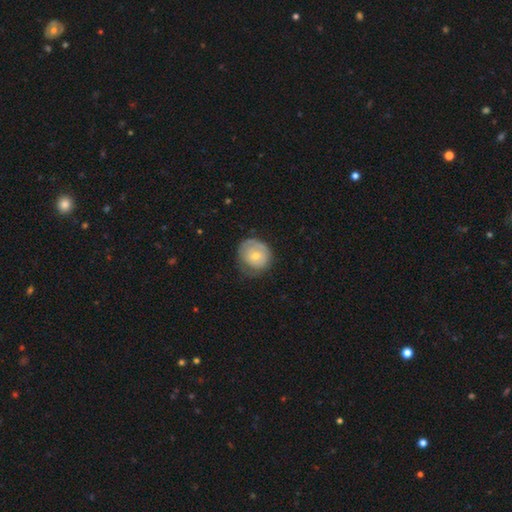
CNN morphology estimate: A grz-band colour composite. It shows a smooth galaxy with no disk features (58%) that is round (79%). Merging: none (58%).